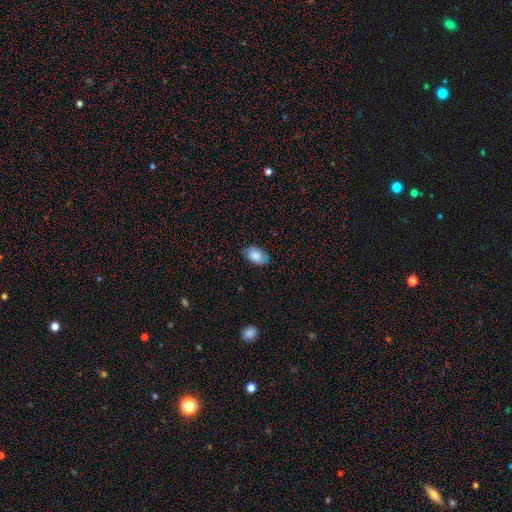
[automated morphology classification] smooth-or-featured: smooth: 80% | featured or disk: 13% | star or artifact: 7%
  how-rounded: in between: 91% | round: 8% | cigar-shaped: 1%
  merging: none: 80% | minor disturbance: 16% | major disturbance: 3% | merger: 1%